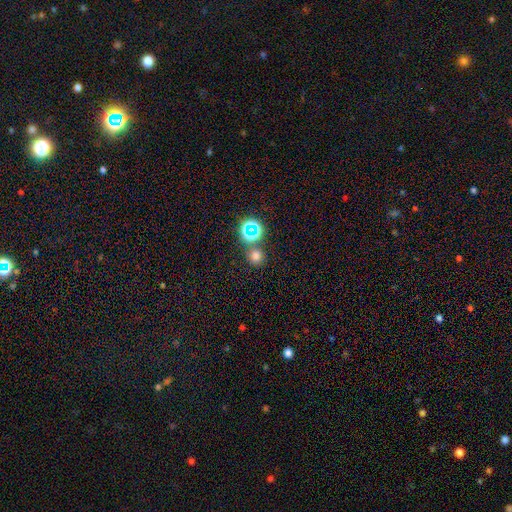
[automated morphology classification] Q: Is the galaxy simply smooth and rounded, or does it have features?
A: smooth — 68%.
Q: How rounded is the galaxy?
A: round — 90%.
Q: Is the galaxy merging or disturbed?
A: none — 77%.